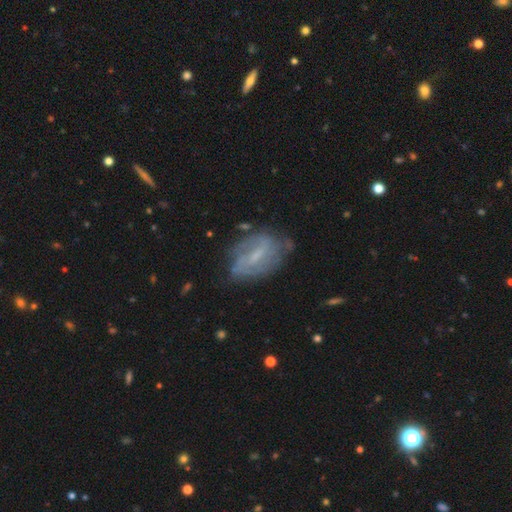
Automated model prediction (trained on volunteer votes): Smooth or featured? Predicted: featured or disk (p=0.69). Edge-on disk? Predicted: no (p=0.94). Bar? Predicted: weak (p=0.55). Spiral arms? Predicted: yes (p=0.77). Spiral winding? Predicted: medium (p=0.39, tied with tight). Spiral arm count? Predicted: 2 (p=0.46). Bulge size? Predicted: small (p=0.49). Merging? Predicted: none (p=0.63).